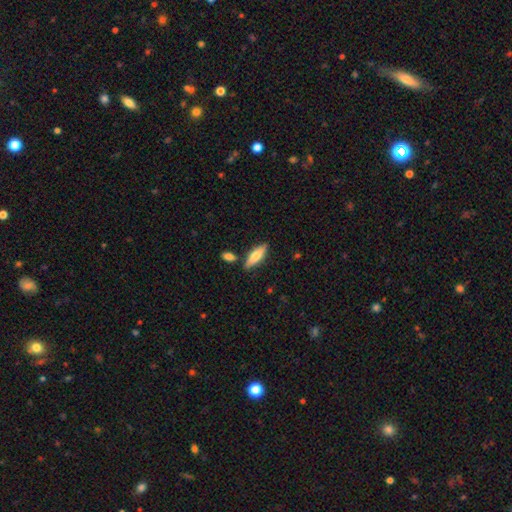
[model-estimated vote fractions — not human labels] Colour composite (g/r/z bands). It shows a smooth galaxy with no disk features (68%) that is cigar-shaped (53%). Merging: none (79%).